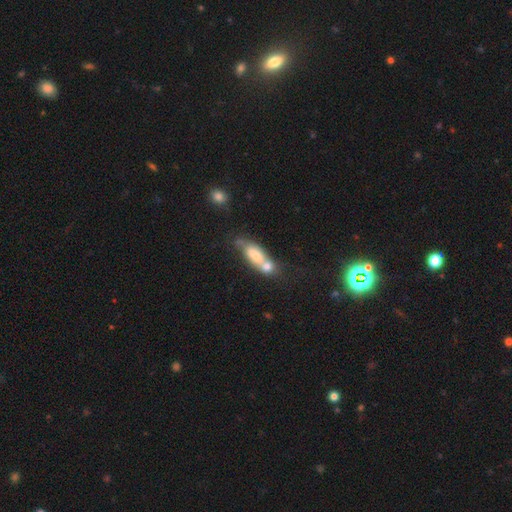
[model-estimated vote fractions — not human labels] Overall: smooth (63%; featured or disk 30%). How rounded: in between (67%; cigar-shaped 29%). Merging: merger (55%; none 25%).